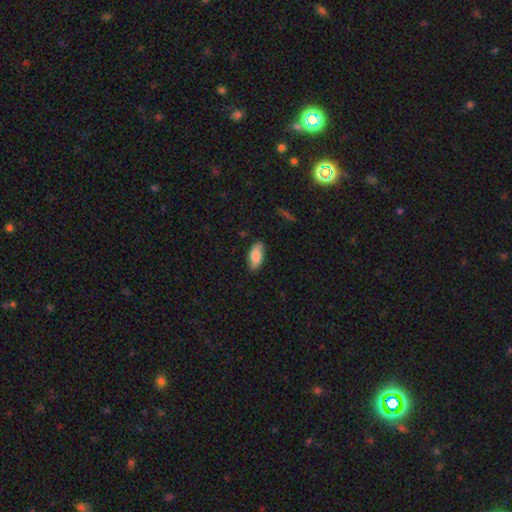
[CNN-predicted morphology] This appears to be a smooth galaxy with no disk features (83%) that is in between round and cigar-shaped (90%). Merging: none (83%).